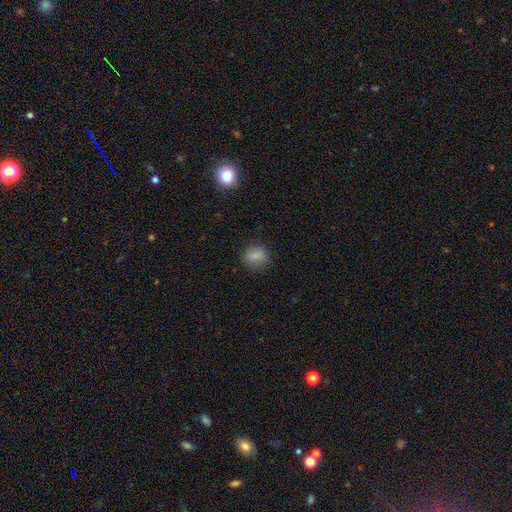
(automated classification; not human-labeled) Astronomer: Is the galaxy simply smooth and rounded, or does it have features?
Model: smooth — 81%.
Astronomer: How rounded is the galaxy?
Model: round — 66%.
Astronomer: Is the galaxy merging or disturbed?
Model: none — 84%.